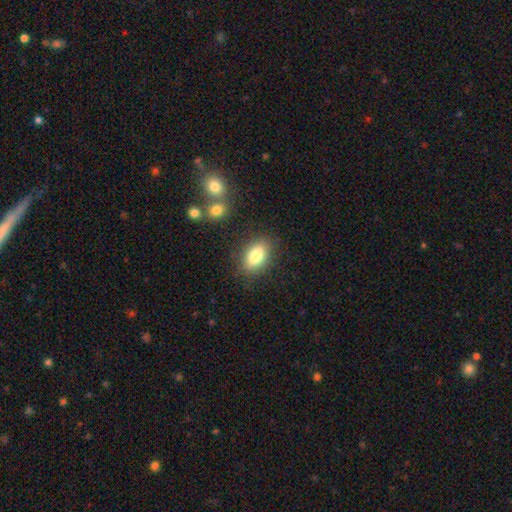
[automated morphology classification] The model was most divided on "smooth or featured": smooth: 81%, featured or disk: 11%, star or artifact: 8%. More confident: how rounded — in between (86%); merging — none (83%).